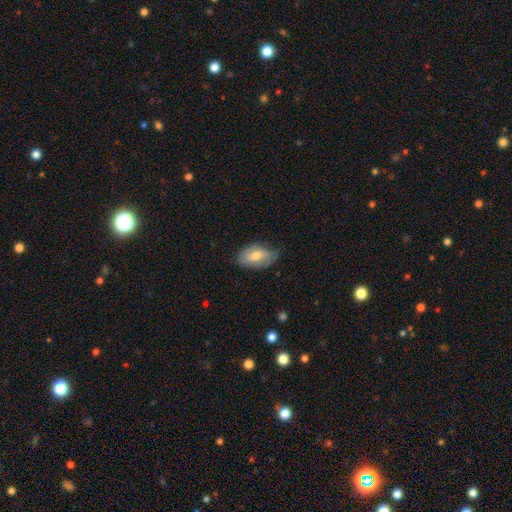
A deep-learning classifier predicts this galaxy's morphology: type=smooth (53%); roundness=in between (91%); merging=none (63%).